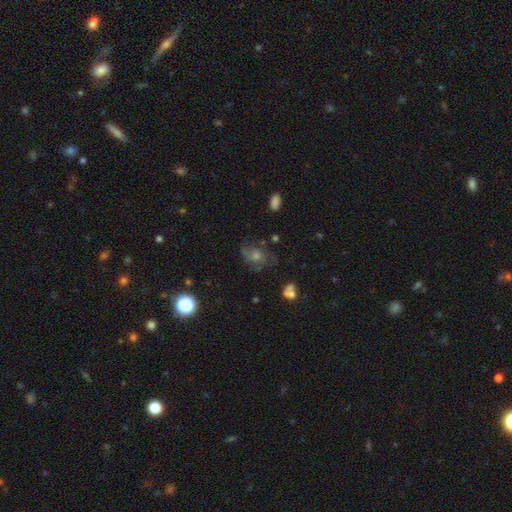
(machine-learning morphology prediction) smooth_or_featured: featured or disk (p=0.55) [alt: star or artifact p=0.23]
disk_edge_on: no (p=0.96) [alt: yes p=0.04]
bar: no (p=0.73) [alt: weak p=0.23]
has_spiral_arms: yes (p=0.85) [alt: no p=0.15]
bulge_size: moderate (p=0.54) [alt: small p=0.27]
merging: none (p=0.67) [alt: minor disturbance p=0.18]